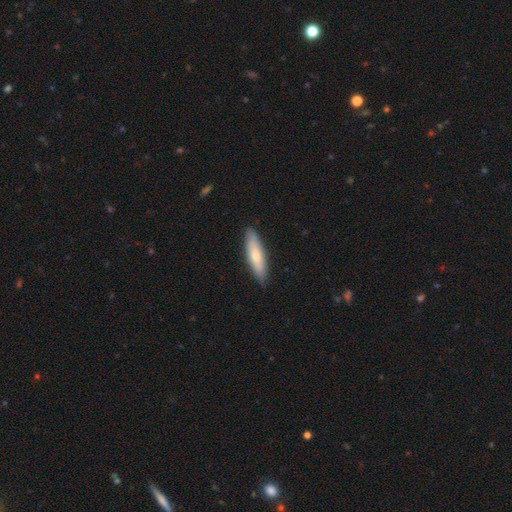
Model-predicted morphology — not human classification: smooth-or-featured: smooth: 71% | featured or disk: 24% | star or artifact: 5%
  how-rounded: cigar-shaped: 70% | in between: 28% | round: 2%
  merging: none: 88% | minor disturbance: 10% | major disturbance: 2% | merger: 1%